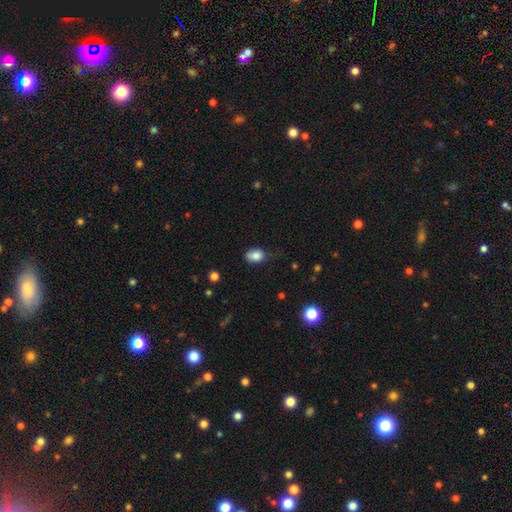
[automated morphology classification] smooth 82%, featured or disk 9%, star or artifact 9%. Down the decision tree: how rounded — in between (78%); merging — none (53%).